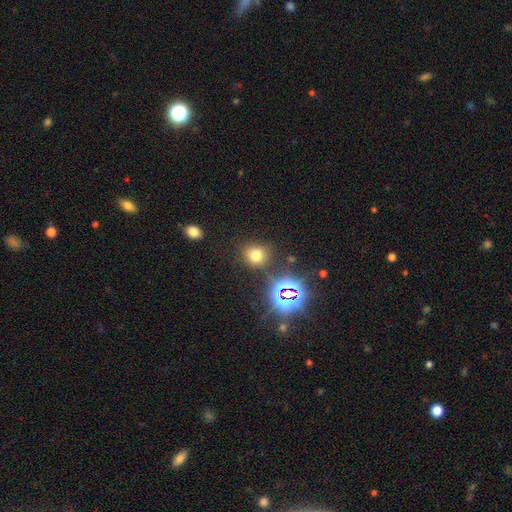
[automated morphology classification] A smooth galaxy with no disk features (66%) that is round (75%).

Vote fractions:
- Smooth or featured? smooth: 66% / star or artifact: 25% / featured or disk: 8%
- How rounded? round: 75% / in between: 24% / cigar-shaped: 1%
- Merging? none: 80% / minor disturbance: 11% / merger: 5% / major disturbance: 5%